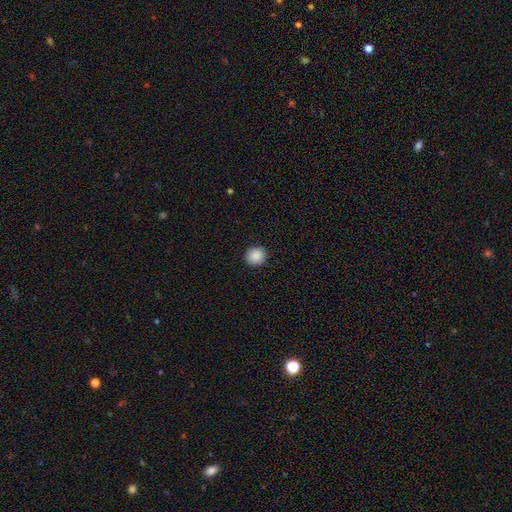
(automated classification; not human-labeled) smooth_or_featured: smooth (p=0.89) [alt: star or artifact p=0.08]
how_rounded: round (p=0.86) [alt: in between p=0.13]
merging: none (p=0.92) [alt: minor disturbance p=0.05]